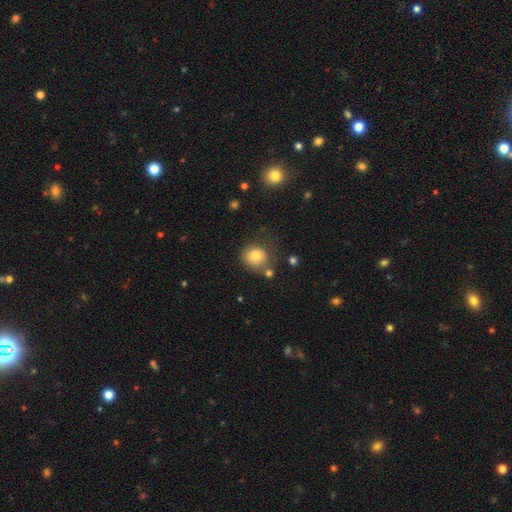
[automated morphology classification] This is clearly a smooth galaxy (81%). How rounded: clearly round (82%). Merging: likely none (60%).